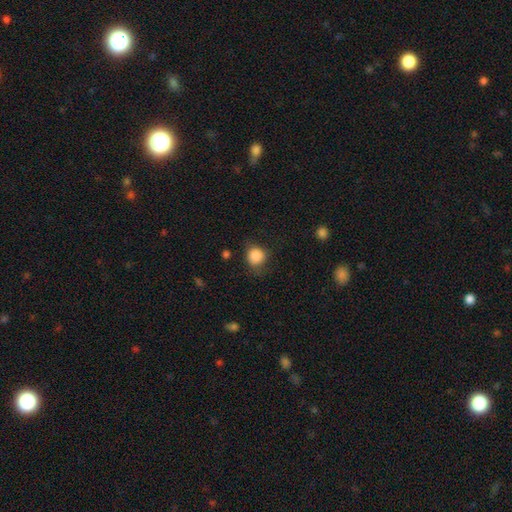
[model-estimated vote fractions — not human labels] smooth 87%, star or artifact 9%, featured or disk 4%. Down the decision tree: how rounded — round (86%); merging — none (72%).